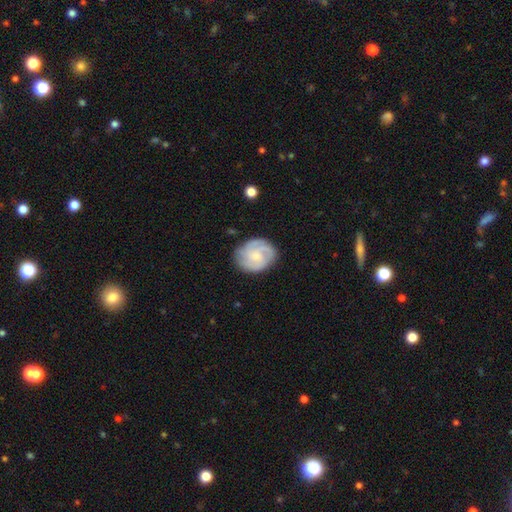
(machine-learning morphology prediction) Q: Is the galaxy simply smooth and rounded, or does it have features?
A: featured or disk — 70%.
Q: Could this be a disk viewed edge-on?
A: no — 98%.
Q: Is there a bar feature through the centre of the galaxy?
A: no — 67%.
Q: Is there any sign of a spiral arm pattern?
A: yes — 93%.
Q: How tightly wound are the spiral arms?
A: tight — 55%.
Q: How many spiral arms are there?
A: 3 — 38%.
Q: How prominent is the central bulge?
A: small — 62%.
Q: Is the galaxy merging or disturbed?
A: none — 79%.